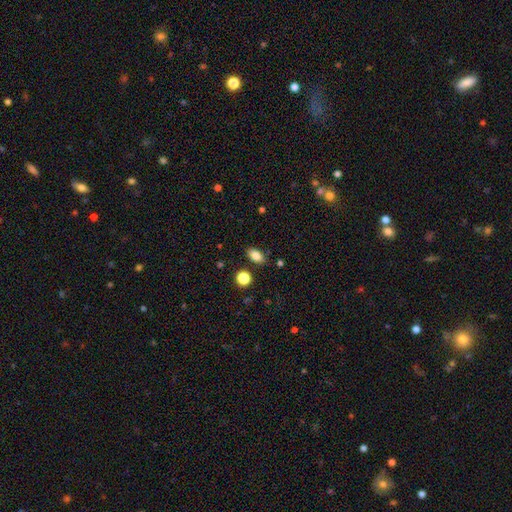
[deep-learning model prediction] This appears to be a smooth galaxy with no disk features (83%) that is in between round and cigar-shaped (86%). Merging: none (84%).